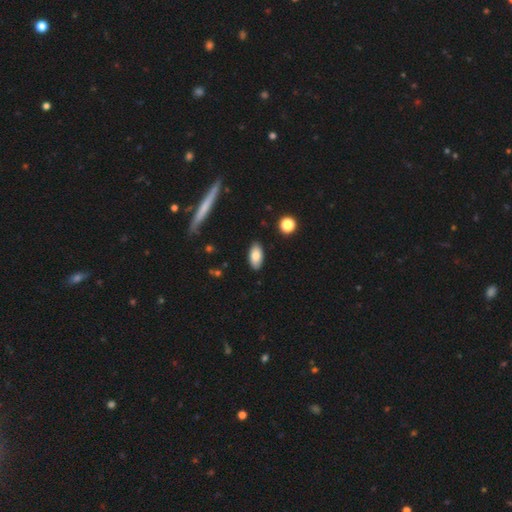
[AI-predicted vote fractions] A smooth galaxy with no disk features (81%) that is in between round and cigar-shaped (92%). Merging: none (87%).